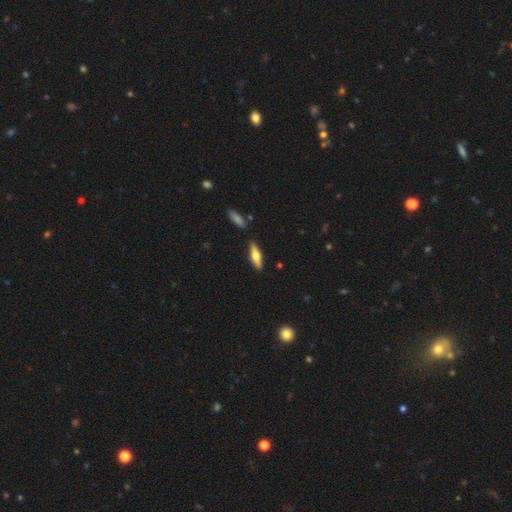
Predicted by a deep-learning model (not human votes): Morphology: type=smooth (49%); merging=none (83%).